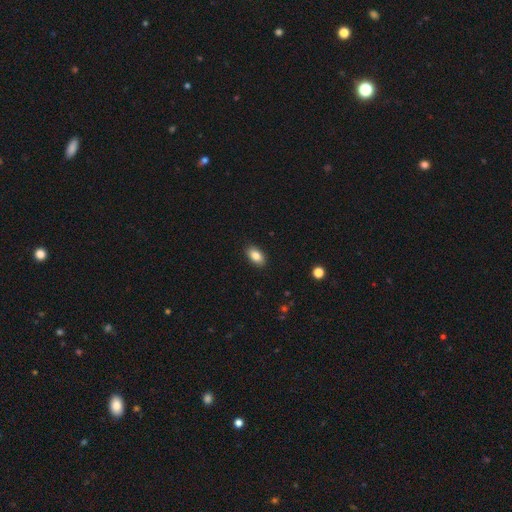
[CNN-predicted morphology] type=smooth (84%); roundness=in between (91%); merging=none (88%).